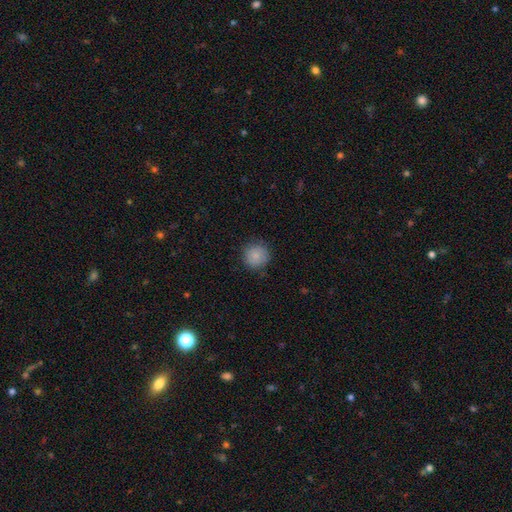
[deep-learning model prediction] Smooth or featured? smooth (85%)
How rounded? round (94%)
Merging? none (84%)